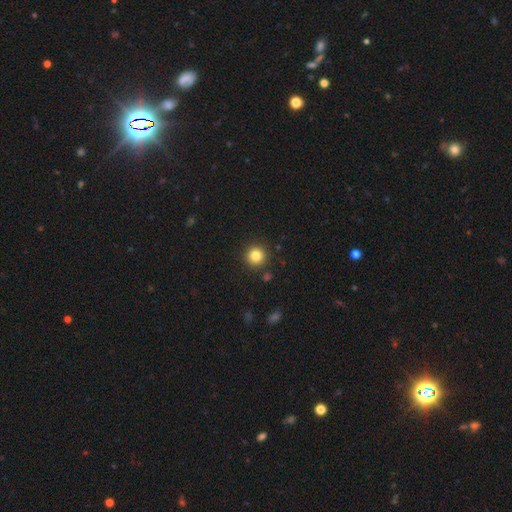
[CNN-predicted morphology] A smooth galaxy with no disk features (83%) that is round (95%).

Vote fractions:
- Smooth or featured? smooth: 83% / star or artifact: 11% / featured or disk: 6%
- How rounded? round: 95% / in between: 4% / cigar-shaped: 1%
- Merging? none: 91% / minor disturbance: 5% / major disturbance: 2% / merger: 2%